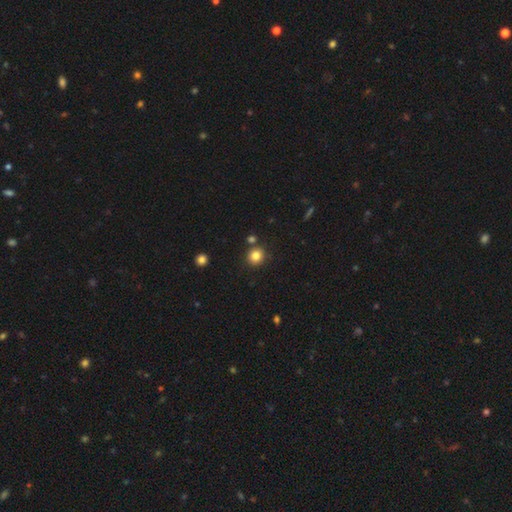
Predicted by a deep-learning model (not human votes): Morphology: type=smooth (83%); roundness=round (87%); merging=none (82%).